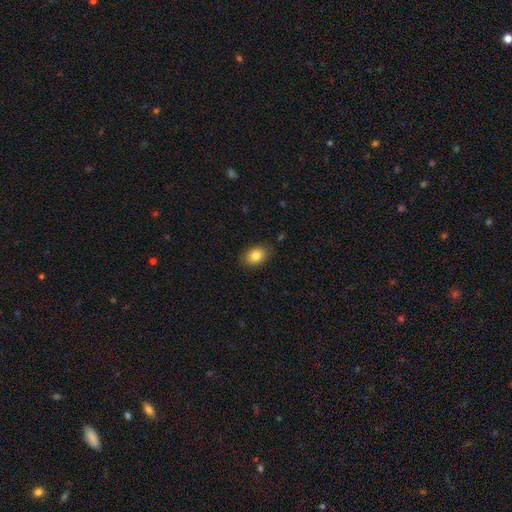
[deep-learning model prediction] This appears to be a smooth galaxy with no disk features (84%) that is in between round and cigar-shaped (74%). Merging: none (85%).